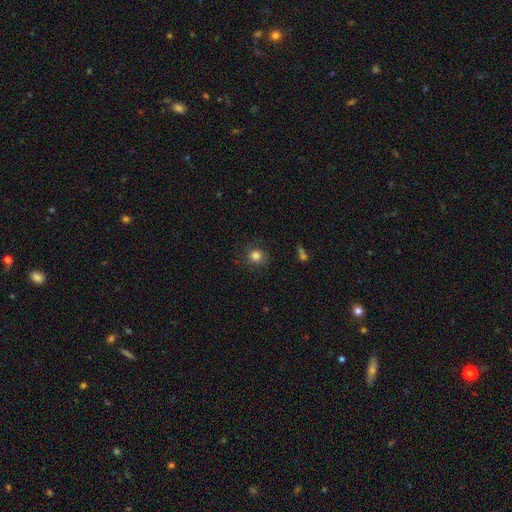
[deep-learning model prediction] The model was most divided on "merging": none: 77%, minor disturbance: 15%, major disturbance: 6%, merger: 2%. More confident: how rounded — round (86%); smooth or featured — smooth (82%).